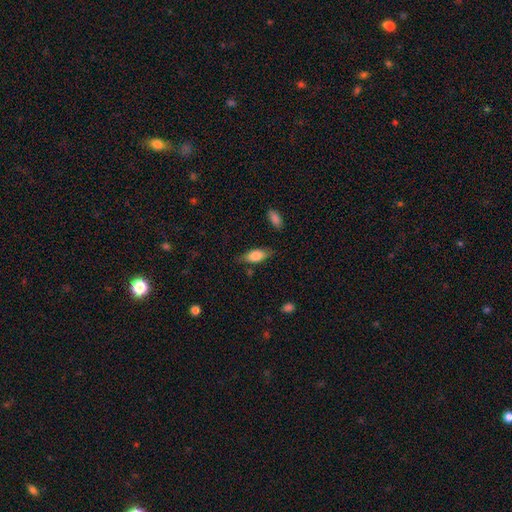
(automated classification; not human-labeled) The model was most divided on "merging": none: 74%, minor disturbance: 19%, major disturbance: 5%, merger: 3%. More confident: how rounded — in between (79%); smooth or featured — smooth (76%).